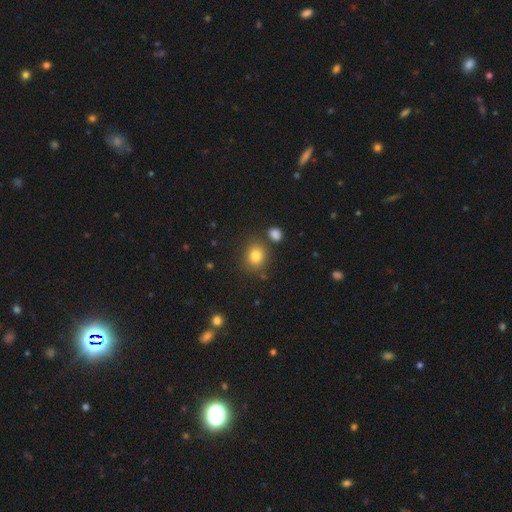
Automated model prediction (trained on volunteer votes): smooth-or-featured: smooth: 80% | star or artifact: 12% | featured or disk: 8%
  how-rounded: round: 74% | in between: 25% | cigar-shaped: 1%
  merging: none: 77% | minor disturbance: 11% | merger: 8% | major disturbance: 4%